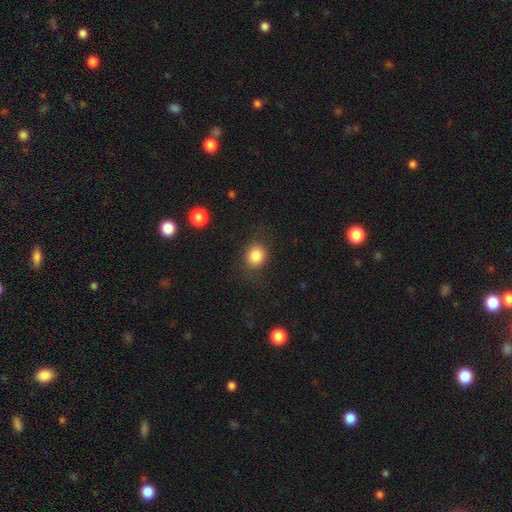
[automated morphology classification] Smooth or featured: smooth — 84% (star or artifact — 10%)
How rounded: round — 66% (in between — 33%)
Merging: none — 78% (minor disturbance — 14%)